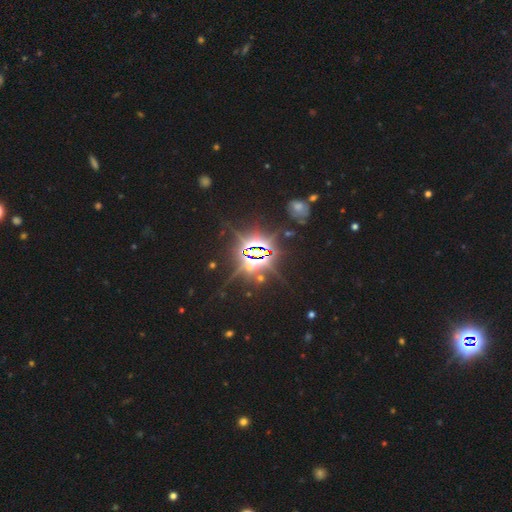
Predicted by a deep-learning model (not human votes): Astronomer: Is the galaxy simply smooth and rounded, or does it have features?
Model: star or artifact — 86%.